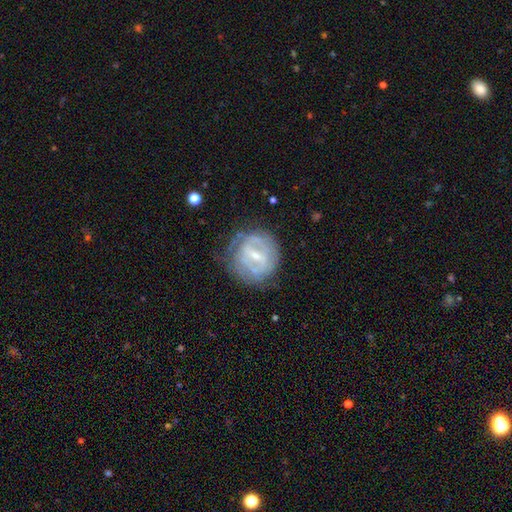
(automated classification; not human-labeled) A featured or disk galaxy (74%) with a strong bar (45%), spiral arms (54%) and a small central bulge (60%).

Vote fractions:
- Smooth or featured? featured or disk: 74% / smooth: 19% / star or artifact: 6%
- Edge-on disk? no: 96% / yes: 4%
- Bar? strong: 45% / weak: 42% / no: 13%
- Spiral arms? yes: 54% / no: 46%
- Bulge size? small: 60% / moderate: 33% / none: 4% / large: 2% / dominant: 1%
- Merging? none: 65% / minor disturbance: 21% / major disturbance: 12% / merger: 2%